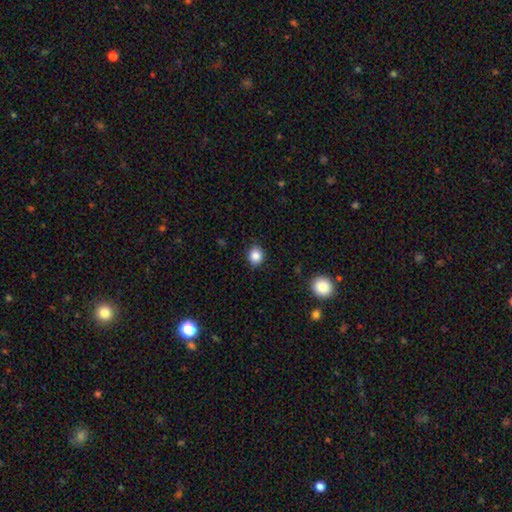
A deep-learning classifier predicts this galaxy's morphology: A smooth galaxy with no disk features (85%) that is round (80%). Merging: none (88%).